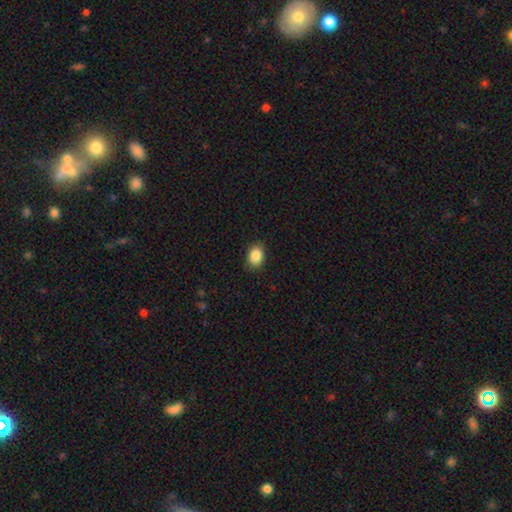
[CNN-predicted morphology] Smooth or featured: smooth — 87% (star or artifact — 8%)
How rounded: in between — 70% (round — 29%)
Merging: none — 88% (minor disturbance — 9%)